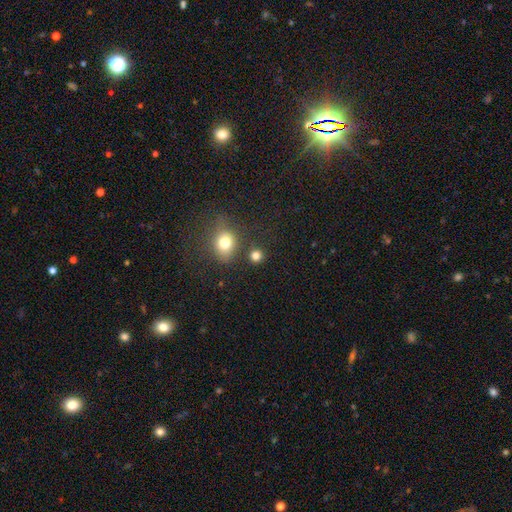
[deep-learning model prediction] Smooth or featured: smooth — 79% (star or artifact — 14%)
How rounded: round — 87% (in between — 12%)
Merging: none — 79% (merger — 10%)